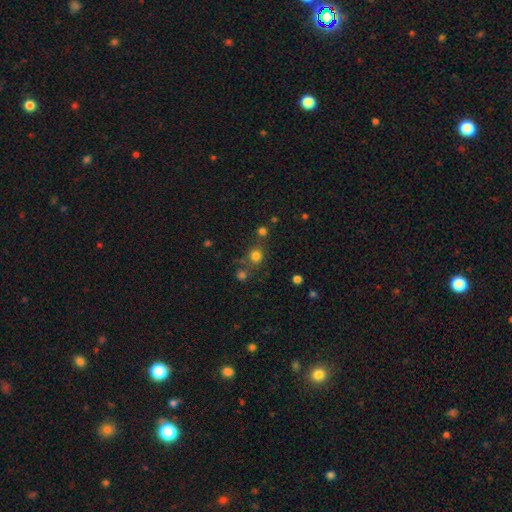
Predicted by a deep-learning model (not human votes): smooth-or-featured: smooth: 76% | star or artifact: 17% | featured or disk: 7%
  how-rounded: round: 88% | in between: 11% | cigar-shaped: 1%
  merging: none: 70% | merger: 14% | minor disturbance: 10% | major disturbance: 5%